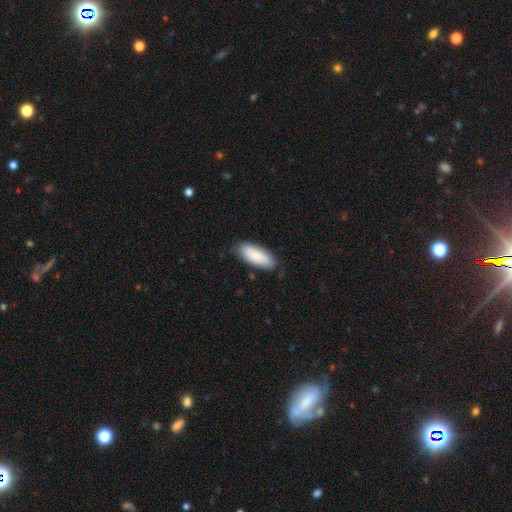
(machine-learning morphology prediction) A smooth galaxy with no disk features (83%) that is in between round and cigar-shaped (83%).

Vote fractions:
- Smooth or featured? smooth: 83% / featured or disk: 11% / star or artifact: 5%
- How rounded? in between: 83% / cigar-shaped: 16% / round: 2%
- Merging? none: 78% / minor disturbance: 18% / major disturbance: 3% / merger: 1%